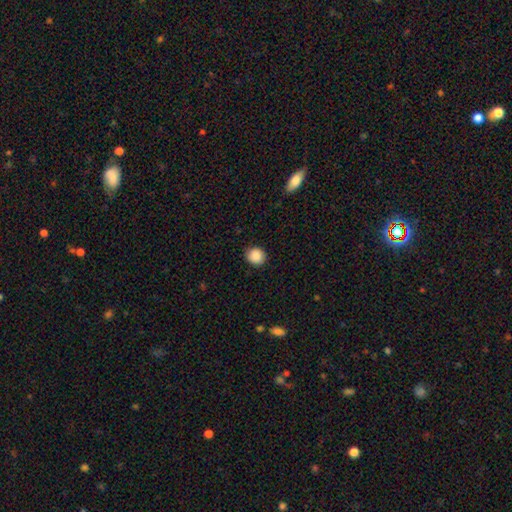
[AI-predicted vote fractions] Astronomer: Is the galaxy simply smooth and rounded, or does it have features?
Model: smooth — 89%.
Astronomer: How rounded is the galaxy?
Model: round — 83%.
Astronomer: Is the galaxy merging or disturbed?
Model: none — 90%.